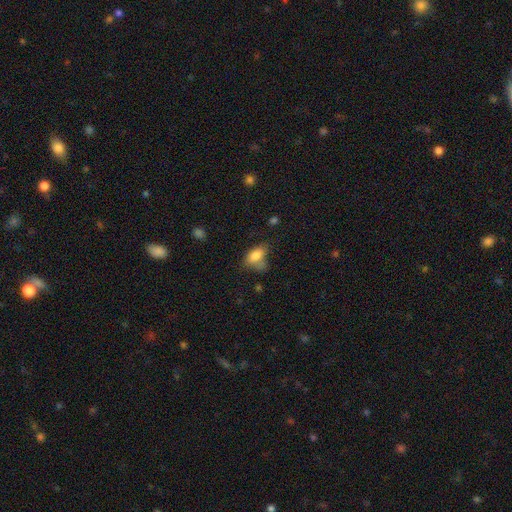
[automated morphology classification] smooth-or-featured: smooth: 80% | featured or disk: 10% | star or artifact: 9%
  how-rounded: in between: 88% | round: 9% | cigar-shaped: 3%
  merging: none: 46% | minor disturbance: 29% | major disturbance: 14% | merger: 11%